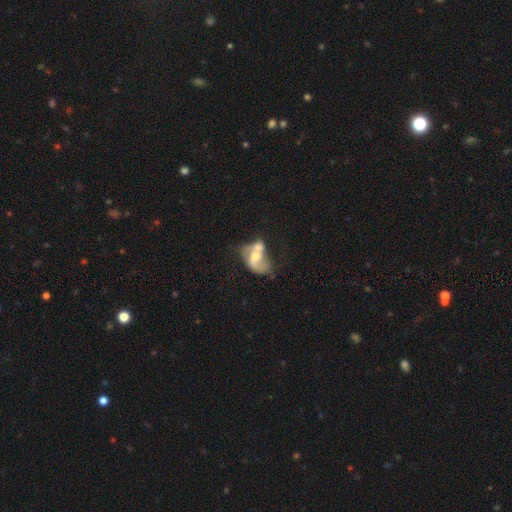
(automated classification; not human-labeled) This appears to be a featured or disk galaxy (62%) with no bar (59%), spiral arms (64%) and a moderate central bulge (48%). Merging: merger (49%).